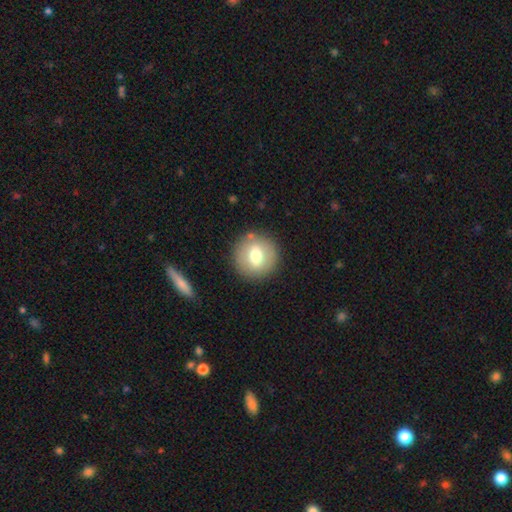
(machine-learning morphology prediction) A smooth galaxy with no disk features (67%) that is round (91%).

Vote fractions:
- Smooth or featured? smooth: 67% / featured or disk: 25% / star or artifact: 8%
- How rounded? round: 91% / in between: 8% / cigar-shaped: 1%
- Merging? none: 86% / minor disturbance: 8% / major disturbance: 3% / merger: 3%